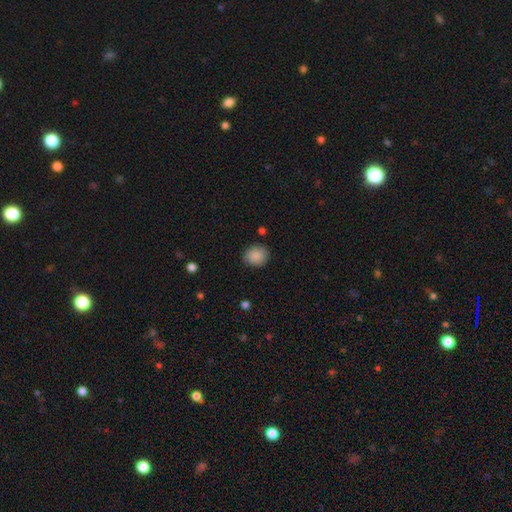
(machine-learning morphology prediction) Smooth or featured? Predicted: smooth (p=0.88). How rounded? Predicted: round (p=0.70). Merging? Predicted: none (p=0.84).